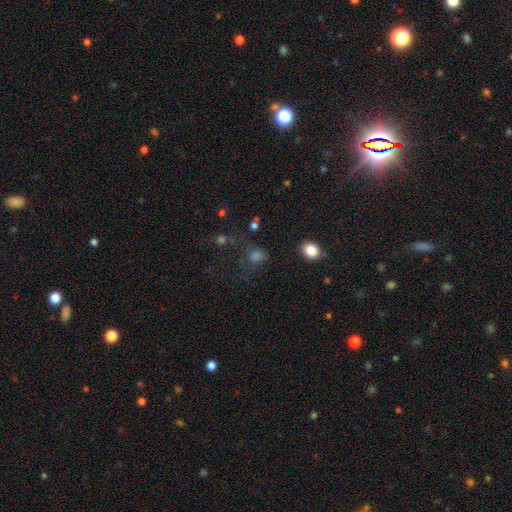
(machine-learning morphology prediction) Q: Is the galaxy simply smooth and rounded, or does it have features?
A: smooth — 60%.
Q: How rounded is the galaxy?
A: round — 64%.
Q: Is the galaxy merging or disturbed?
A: none — 54%.